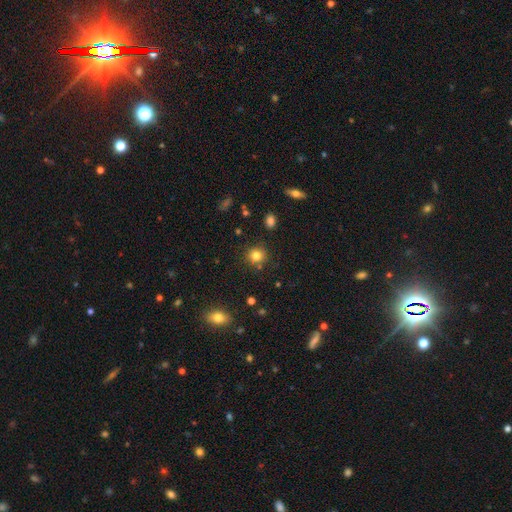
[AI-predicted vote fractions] smooth_or_featured: smooth (p=0.81) [alt: star or artifact p=0.13]
how_rounded: round (p=0.89) [alt: in between p=0.10]
merging: none (p=0.84) [alt: minor disturbance p=0.09]